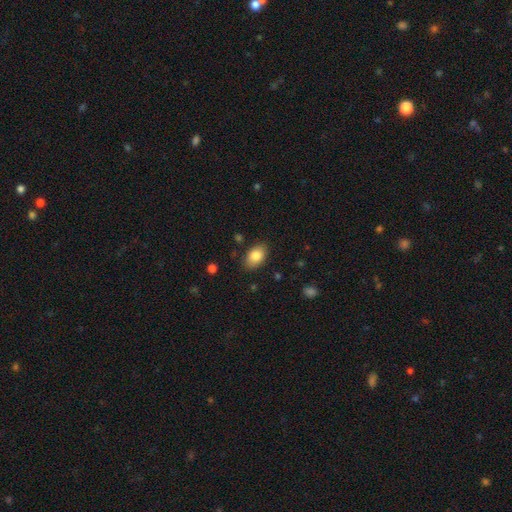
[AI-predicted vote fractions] The model was most divided on "merging": none: 84%, minor disturbance: 12%, major disturbance: 3%, merger: 1%. More confident: how rounded — in between (89%); smooth or featured — smooth (85%).